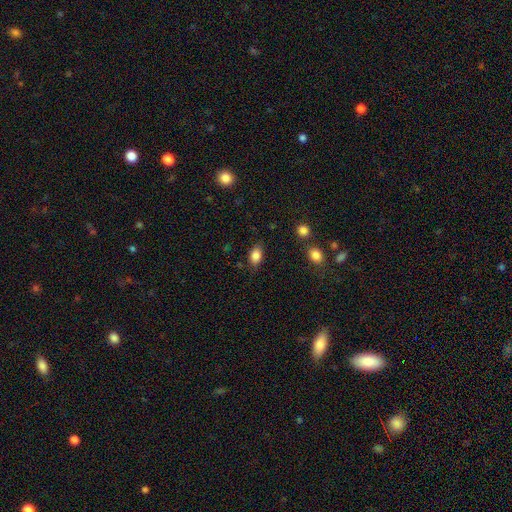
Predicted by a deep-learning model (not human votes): Smooth or featured?
  - smooth: 85% *
  - star or artifact: 9%
  - featured or disk: 6%
How rounded?
  - in between: 85% *
  - round: 13%
  - cigar-shaped: 2%
Merging?
  - none: 80% *
  - minor disturbance: 14%
  - major disturbance: 4%
  - merger: 2%